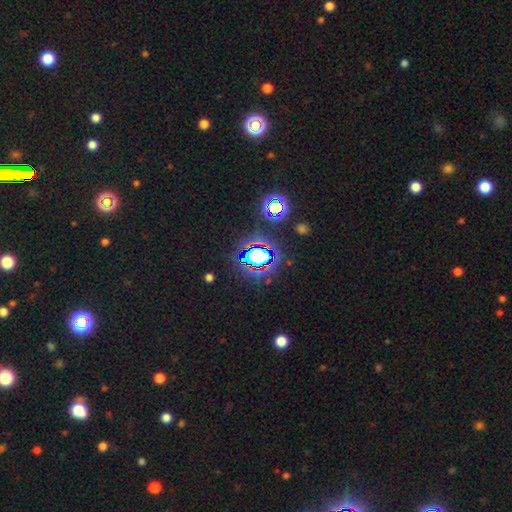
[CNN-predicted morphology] The model was most divided on "smooth or featured": star or artifact: 73%, smooth: 16%, featured or disk: 11%.